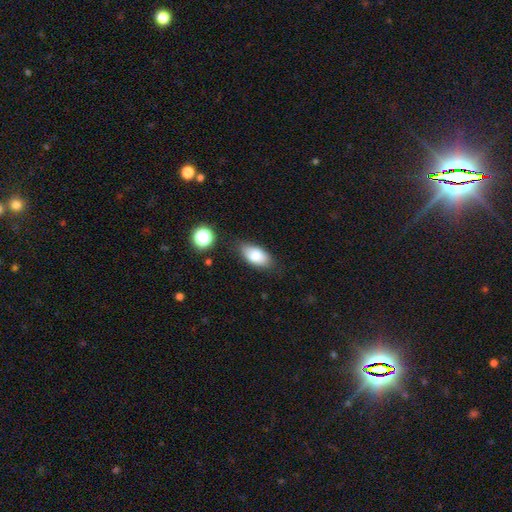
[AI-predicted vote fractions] The model was most divided on "merging": none: 73%, minor disturbance: 19%, major disturbance: 4%, merger: 3%. More confident: how rounded — in between (90%); smooth or featured — smooth (82%).